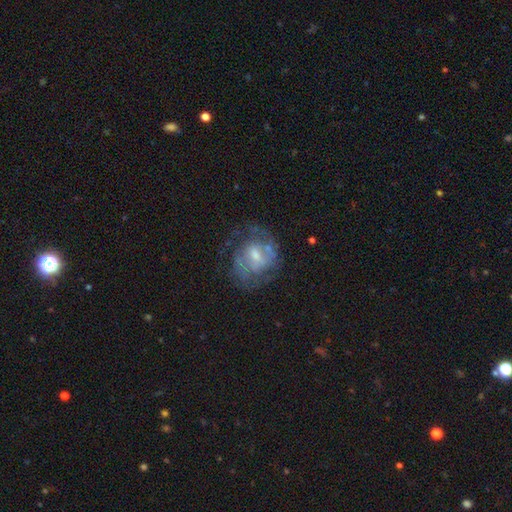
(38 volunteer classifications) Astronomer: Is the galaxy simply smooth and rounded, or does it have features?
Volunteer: featured or disk — 89%.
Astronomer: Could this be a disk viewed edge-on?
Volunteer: no — 100%.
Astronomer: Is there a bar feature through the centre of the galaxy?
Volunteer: no — 50% (runner-up: weak, 35%).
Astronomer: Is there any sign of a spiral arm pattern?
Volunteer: yes — 94%.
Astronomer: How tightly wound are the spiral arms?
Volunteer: tight — 56% (runner-up: medium, 38%).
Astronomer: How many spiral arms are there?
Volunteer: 2 — 81%.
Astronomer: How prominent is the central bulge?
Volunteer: moderate — 59% (runner-up: small, 35%).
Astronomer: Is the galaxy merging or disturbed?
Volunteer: none — 73%.